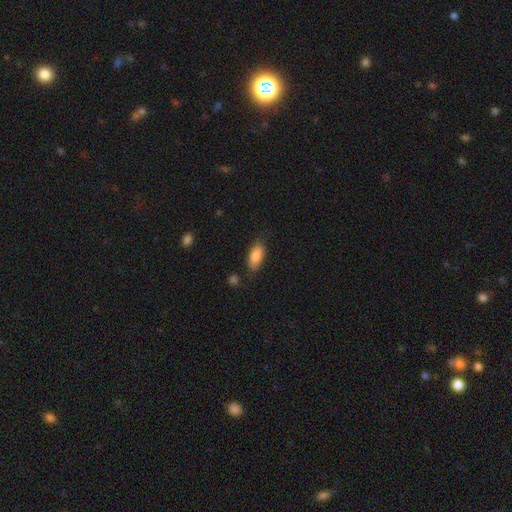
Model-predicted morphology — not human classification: type=smooth (84%); roundness=in between (85%); merging=none (79%).